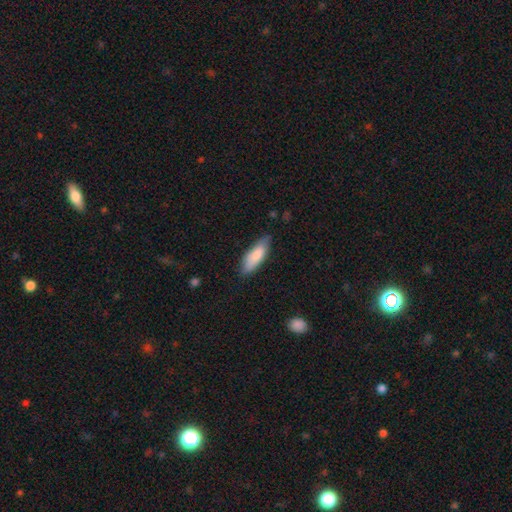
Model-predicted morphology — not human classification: This is clearly a smooth galaxy (81%). How rounded: possibly in between (59%). Merging: likely none (77%).